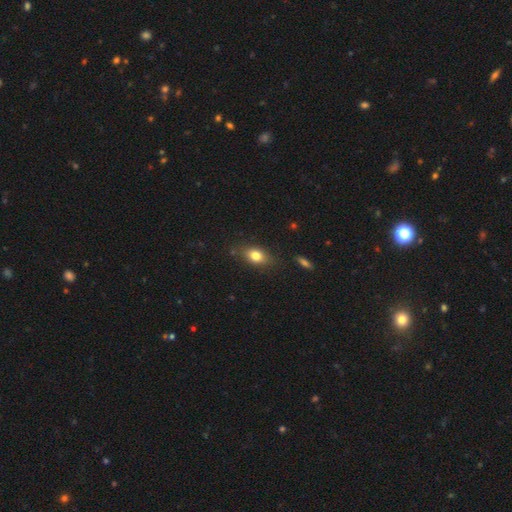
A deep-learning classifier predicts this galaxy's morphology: smooth_or_featured: smooth (p=0.79) [alt: featured or disk p=0.12]
how_rounded: in between (p=0.76) [alt: round p=0.18]
merging: none (p=0.78) [alt: minor disturbance p=0.16]